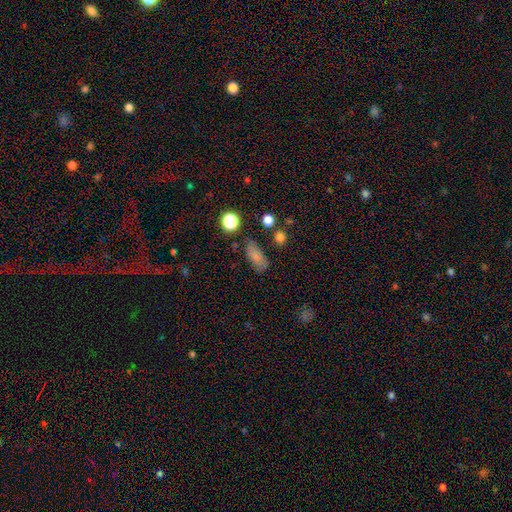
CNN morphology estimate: type=smooth (76%); roundness=in between (85%); merging=none (69%).